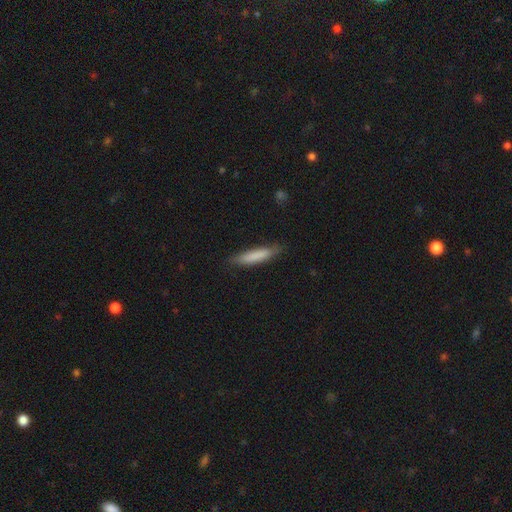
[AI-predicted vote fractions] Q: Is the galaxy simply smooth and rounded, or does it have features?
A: smooth — 81%.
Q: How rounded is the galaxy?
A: cigar-shaped — 87%.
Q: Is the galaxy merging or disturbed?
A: none — 84%.